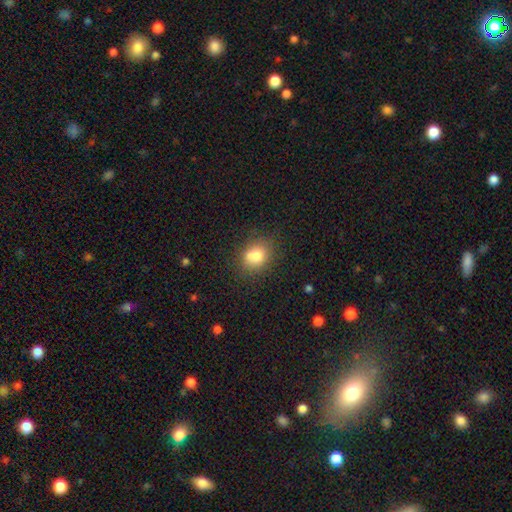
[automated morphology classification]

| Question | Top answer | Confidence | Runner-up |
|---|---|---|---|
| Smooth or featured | smooth | 74% | featured or disk (15%) |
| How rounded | round | 62% | in between (37%) |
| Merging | none | 56% | merger (25%) |